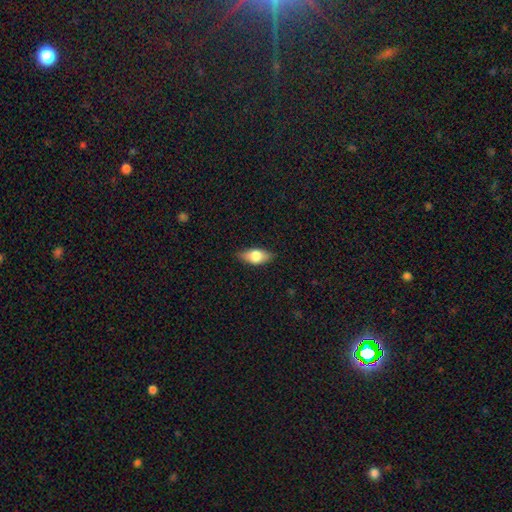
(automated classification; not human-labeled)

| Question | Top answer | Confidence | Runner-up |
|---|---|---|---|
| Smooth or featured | smooth | 68% | featured or disk (24%) |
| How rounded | in between | 86% | cigar-shaped (9%) |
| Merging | none | 82% | minor disturbance (14%) |